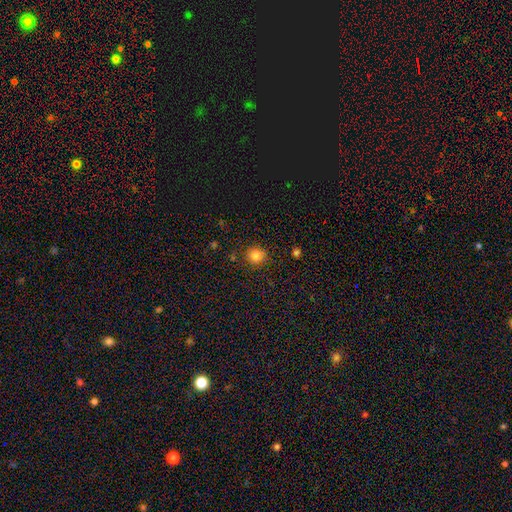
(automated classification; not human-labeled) Smooth or featured? Predicted: smooth (p=0.82). How rounded? Predicted: round (p=0.88). Merging? Predicted: none (p=0.86).